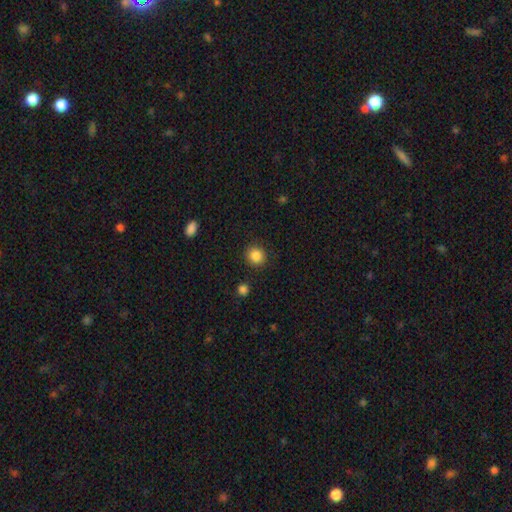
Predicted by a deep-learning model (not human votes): Smooth or featured? smooth (86%)
How rounded? round (88%)
Merging? none (89%)